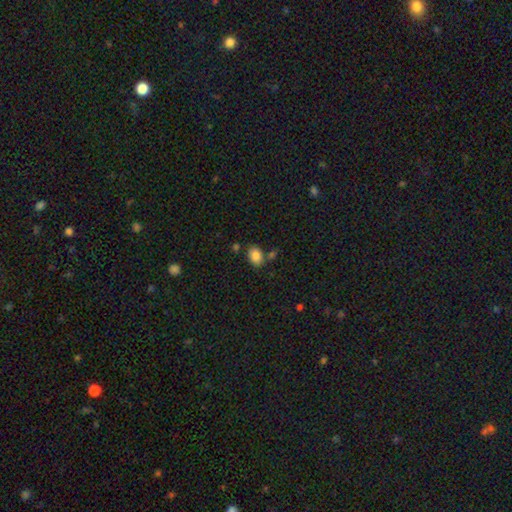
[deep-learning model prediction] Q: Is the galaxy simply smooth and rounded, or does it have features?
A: smooth — 85%.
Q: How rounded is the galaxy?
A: in between — 70%.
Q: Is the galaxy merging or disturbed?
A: none — 74%.